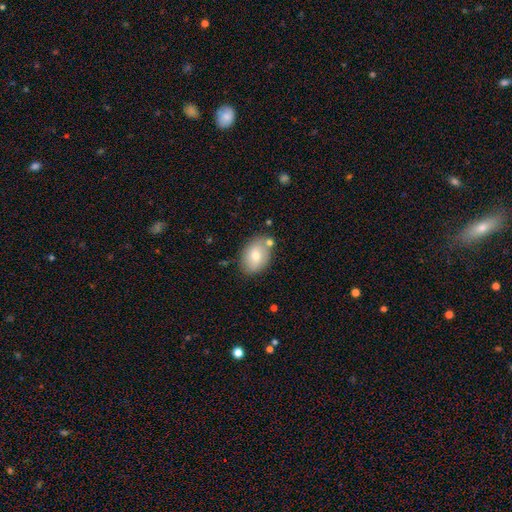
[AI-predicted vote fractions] Smooth or featured: smooth — 69% (featured or disk — 23%)
How rounded: in between — 81% (round — 18%)
Merging: none — 72% (minor disturbance — 16%)